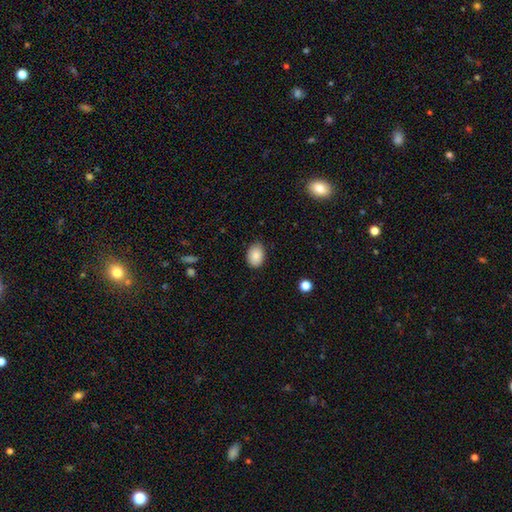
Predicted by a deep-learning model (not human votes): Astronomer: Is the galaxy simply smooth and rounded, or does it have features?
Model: smooth — 87%.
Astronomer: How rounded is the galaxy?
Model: in between — 79%.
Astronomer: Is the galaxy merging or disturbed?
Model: none — 82%.